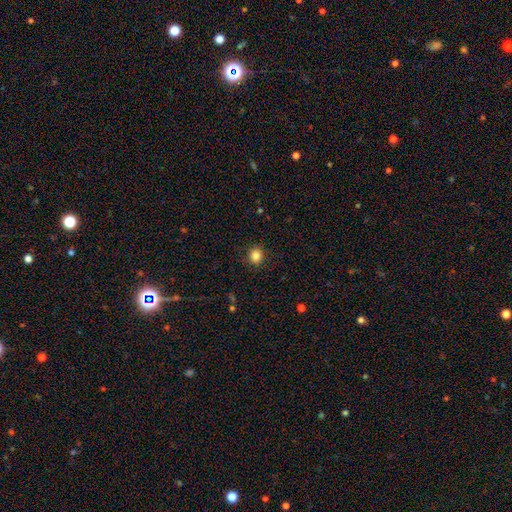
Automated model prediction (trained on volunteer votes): Overall: smooth (84%). How rounded: round (77%). Merging: none (89%).